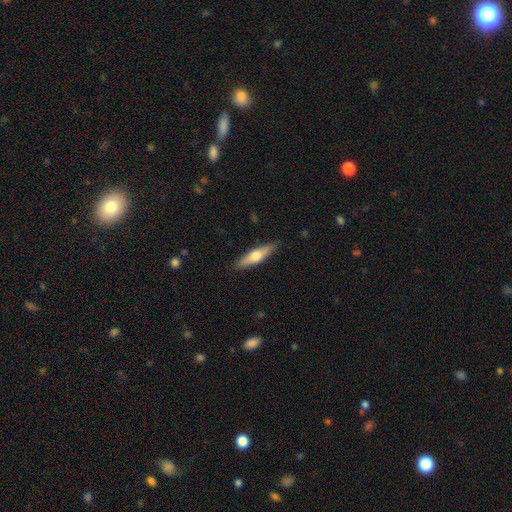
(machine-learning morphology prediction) The model was most divided on "smooth or featured": smooth: 52%, featured or disk: 43%, star or artifact: 5%. More confident: merging — none (89%); how rounded — cigar-shaped (70%).